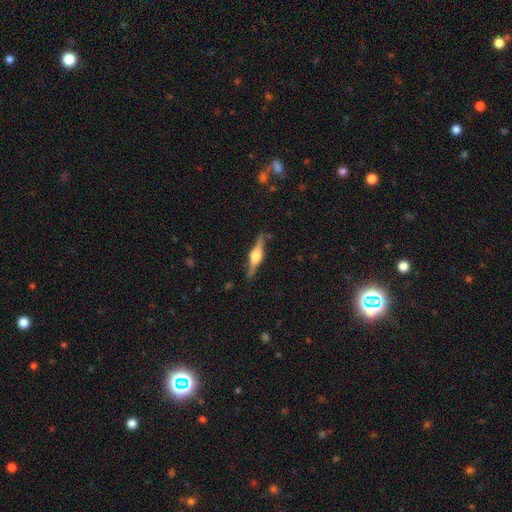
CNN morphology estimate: Smooth or featured? featured or disk (79%)
Edge-on disk? yes (98%)
Edge-on bulge? rounded (90%)
Merging? none (87%)